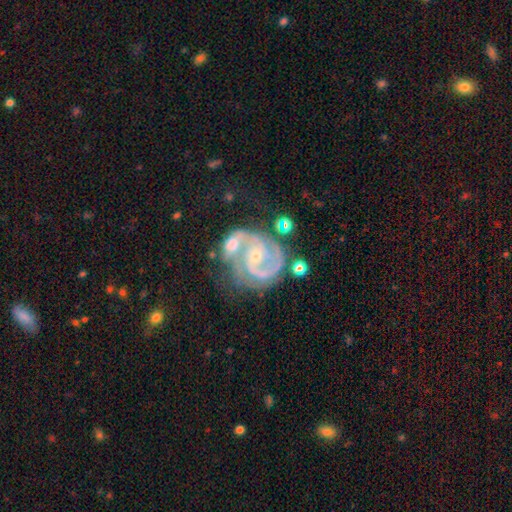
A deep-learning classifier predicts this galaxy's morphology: Smooth or featured? featured or disk (90%)
Edge-on disk? no (98%)
Bar? no (55%)
Spiral arms? yes (97%)
Spiral winding? tight (48%)
Spiral arm count? 2 (75%)
Bulge size? small (68%)
Merging? none (40%)